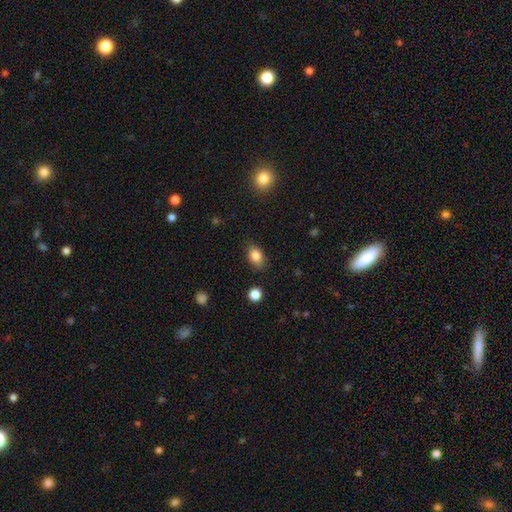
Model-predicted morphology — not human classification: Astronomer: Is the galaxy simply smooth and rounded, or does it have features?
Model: smooth — 84%.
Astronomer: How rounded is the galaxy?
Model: in between — 83%.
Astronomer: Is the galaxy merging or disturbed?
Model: none — 83%.